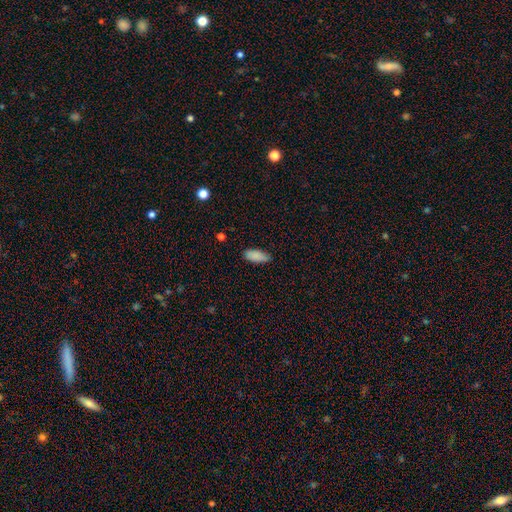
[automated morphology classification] Overall: smooth (88%). How rounded: in between (84%). Merging: none (80%).